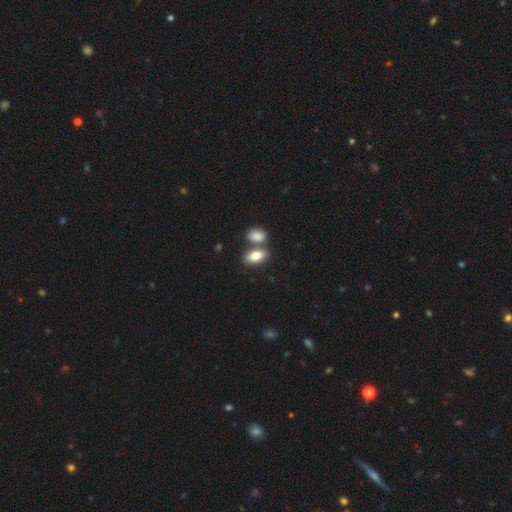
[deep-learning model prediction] Smooth or featured?
  - smooth: 83% *
  - featured or disk: 11%
  - star or artifact: 7%
How rounded?
  - in between: 91% *
  - round: 6%
  - cigar-shaped: 3%
Merging?
  - none: 52% *
  - merger: 36%
  - minor disturbance: 9%
  - major disturbance: 3%